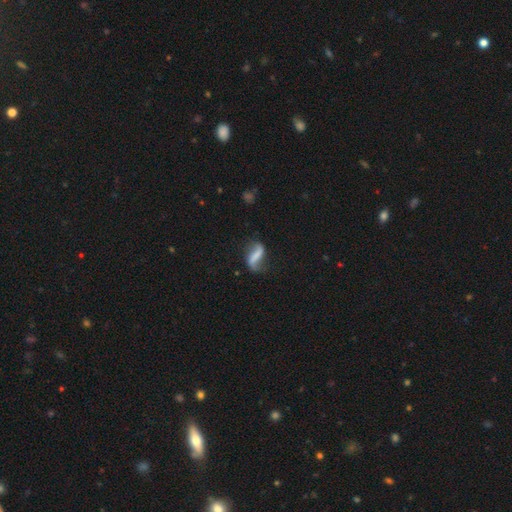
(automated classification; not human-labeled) Smooth or featured? Predicted: featured or disk (p=0.69). Edge-on disk? Predicted: no (p=0.94). Bar? Predicted: strong (p=0.52). Spiral arms? Predicted: yes (p=0.89). Spiral winding? Predicted: loose (p=0.87). Spiral arm count? Predicted: 2 (p=0.87). Bulge size? Predicted: none (p=0.61). Merging? Predicted: none (p=0.62).